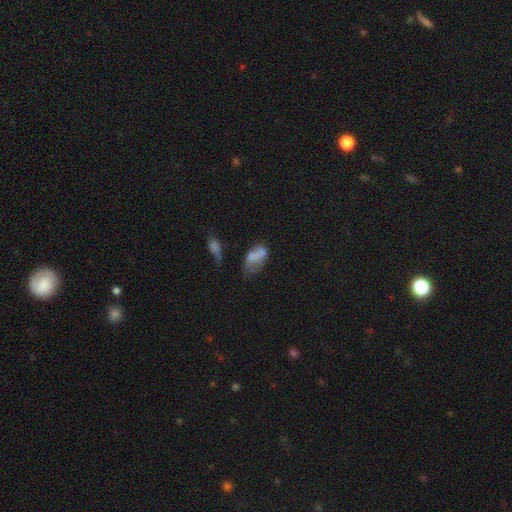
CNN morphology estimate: Smooth or featured? Predicted: smooth (p=0.60). How rounded? Predicted: in between (p=0.88). Merging? Predicted: merger (p=0.32).